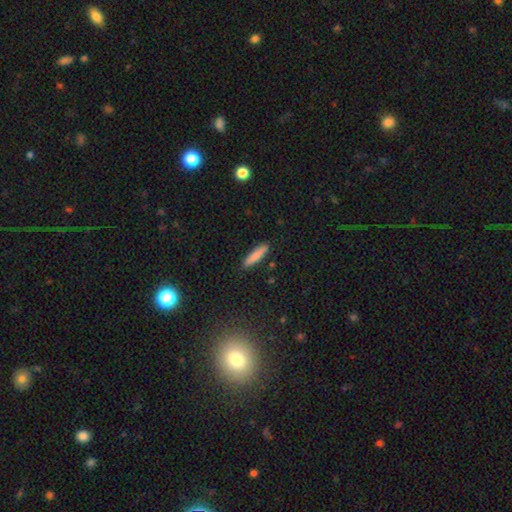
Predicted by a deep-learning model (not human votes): Q: Smooth or featured?
A: smooth (80%); runner-up: featured or disk (14%)
Q: How rounded?
A: cigar-shaped (85%); runner-up: in between (13%)
Q: Merging?
A: none (90%); runner-up: minor disturbance (7%)